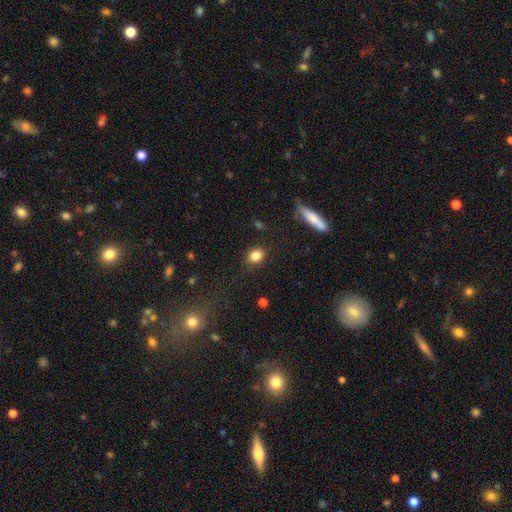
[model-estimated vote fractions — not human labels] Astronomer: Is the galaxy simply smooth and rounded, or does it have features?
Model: smooth — 84%.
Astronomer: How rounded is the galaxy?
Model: in between — 53% (runner-up: round, 45%).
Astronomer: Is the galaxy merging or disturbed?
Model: none — 86%.